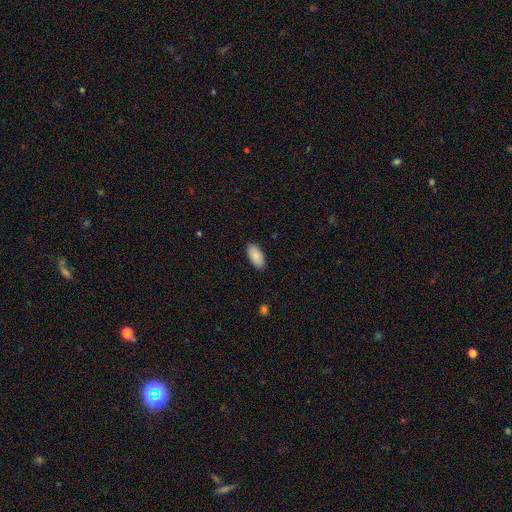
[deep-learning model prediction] Q: Smooth or featured?
A: smooth (86%); runner-up: featured or disk (8%)
Q: How rounded?
A: in between (94%); runner-up: cigar-shaped (4%)
Q: Merging?
A: none (89%); runner-up: minor disturbance (9%)